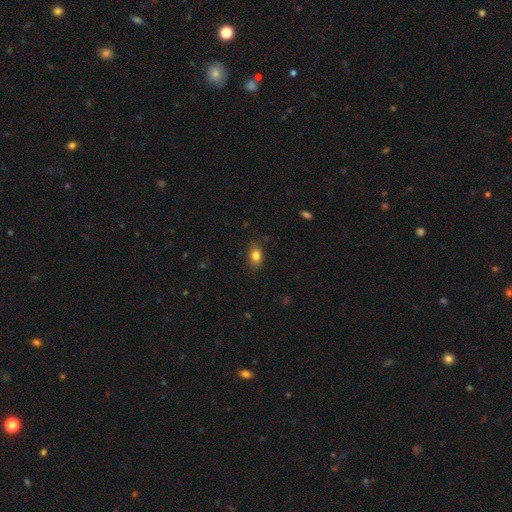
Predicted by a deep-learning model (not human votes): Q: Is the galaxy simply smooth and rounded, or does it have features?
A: smooth — 83%.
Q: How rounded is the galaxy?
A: in between — 80%.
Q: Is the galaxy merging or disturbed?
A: none — 83%.